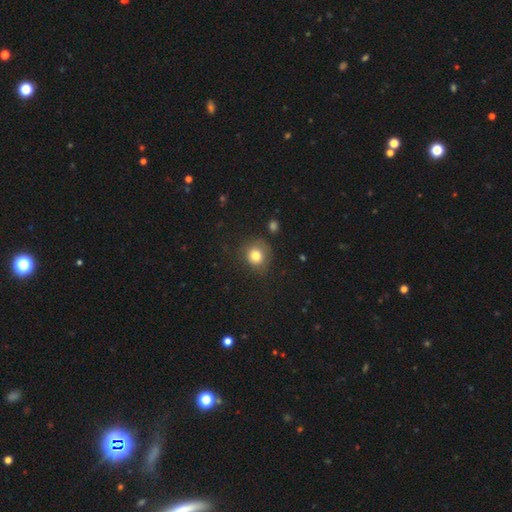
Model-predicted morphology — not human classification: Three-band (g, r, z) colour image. It shows a smooth galaxy with no disk features (80%) that is round (85%). Merging: none (74%).